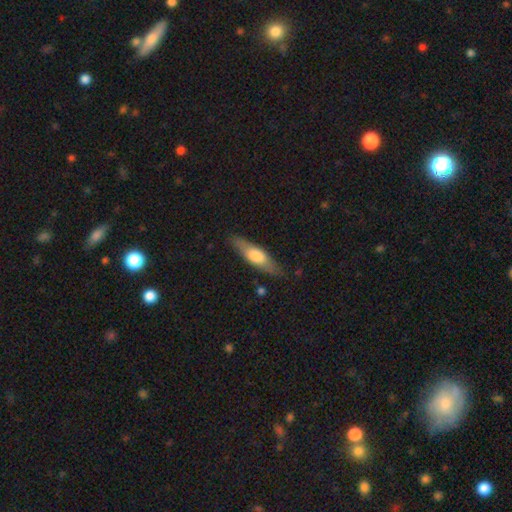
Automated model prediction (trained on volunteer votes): smooth-or-featured: smooth: 57% | featured or disk: 38% | star or artifact: 5%
  how-rounded: cigar-shaped: 61% | in between: 37% | round: 2%
  merging: none: 82% | minor disturbance: 13% | major disturbance: 3% | merger: 2%